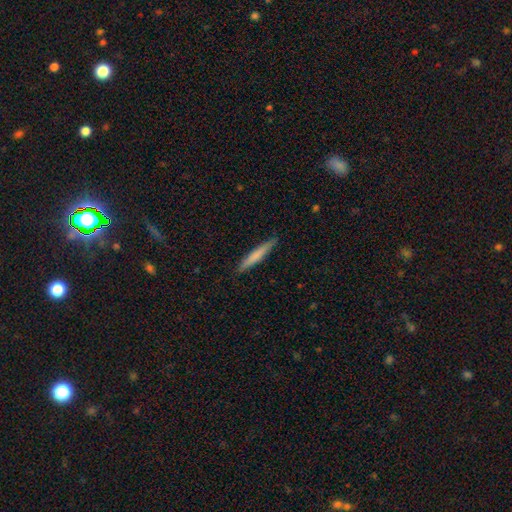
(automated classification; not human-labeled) smooth_or_featured: smooth (p=0.67) [alt: featured or disk p=0.28]
how_rounded: cigar-shaped (p=0.95) [alt: in between p=0.04]
merging: none (p=0.90) [alt: minor disturbance p=0.08]